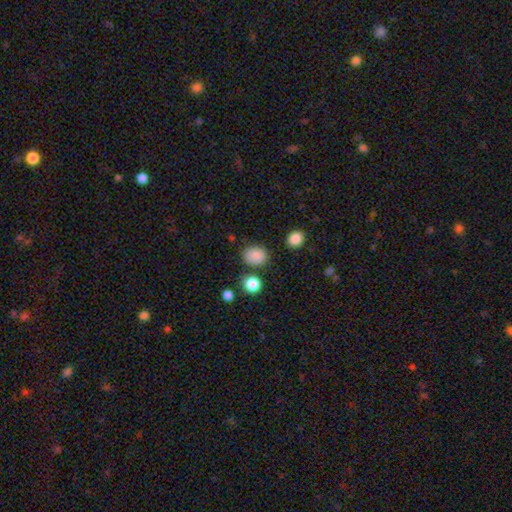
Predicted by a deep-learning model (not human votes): The model was most divided on "how rounded": round: 59%, in between: 40%, cigar-shaped: 1%. More confident: smooth or featured — smooth (85%); merging — none (78%).